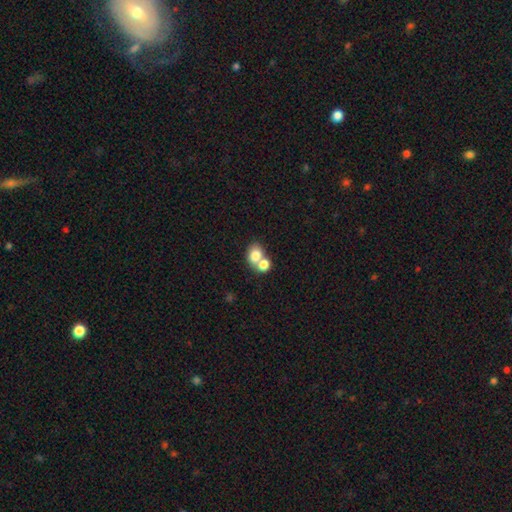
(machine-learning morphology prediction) smooth 78%, featured or disk 13%, star or artifact 9%. Down the decision tree: how rounded — in between (53%); merging — merger (60%).